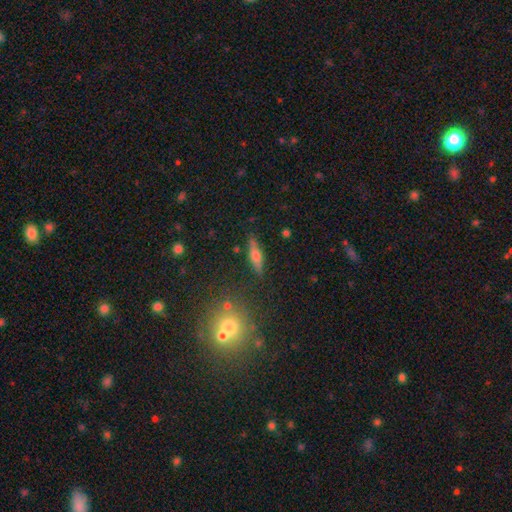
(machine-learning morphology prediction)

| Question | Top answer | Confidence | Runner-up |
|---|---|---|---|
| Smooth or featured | featured or disk | 55% | smooth (35%) |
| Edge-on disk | yes | 92% | no (8%) |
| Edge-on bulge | rounded | 89% | boxy (7%) |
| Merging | none | 86% | minor disturbance (9%) |